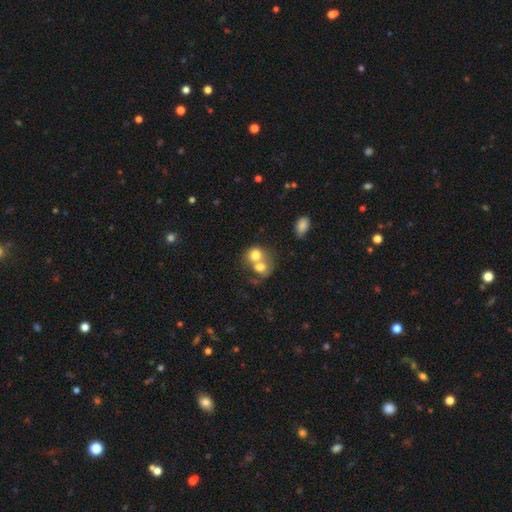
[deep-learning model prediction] smooth_or_featured: smooth (p=0.72) [alt: featured or disk p=0.20]
how_rounded: round (p=0.63) [alt: in between p=0.36]
merging: merger (p=0.70) [alt: none p=0.20]